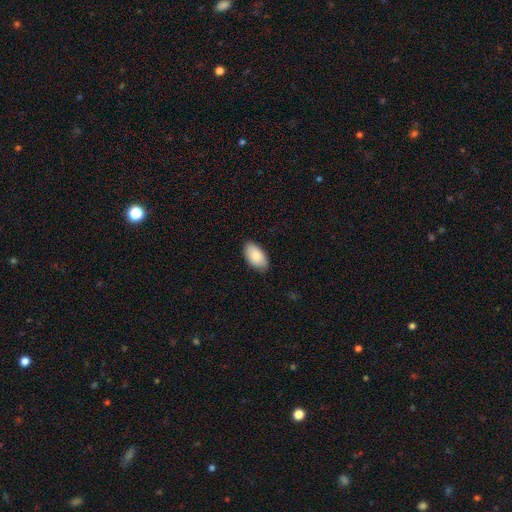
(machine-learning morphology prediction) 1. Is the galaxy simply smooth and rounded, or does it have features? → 88% smooth, 6% featured or disk, 6% star or artifact.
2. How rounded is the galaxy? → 96% in between, 2% round, 2% cigar-shaped.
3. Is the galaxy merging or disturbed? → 86% none, 11% minor disturbance, 2% major disturbance, 1% merger.